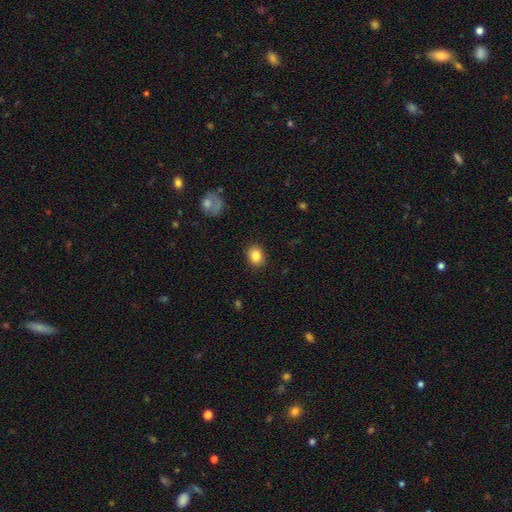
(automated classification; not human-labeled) smooth 84%, star or artifact 9%, featured or disk 6%. Down the decision tree: how rounded — round (57%); merging — none (89%).